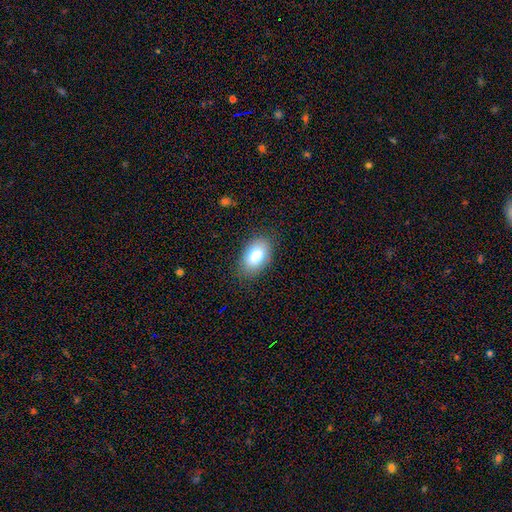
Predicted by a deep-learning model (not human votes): This appears to be a smooth galaxy with no disk features (83%) that is in between round and cigar-shaped (91%). Merging: none (83%).